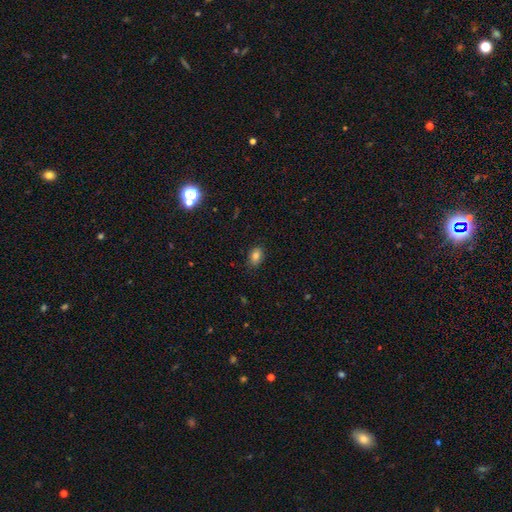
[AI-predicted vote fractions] A smooth galaxy with no disk features (83%) that is in between round and cigar-shaped (75%). Merging: none (84%).